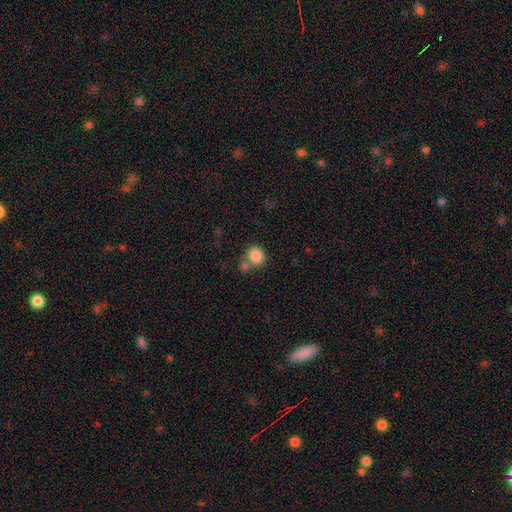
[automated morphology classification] smooth_or_featured: smooth (p=0.85) [alt: star or artifact p=0.10]
how_rounded: round (p=0.82) [alt: in between p=0.17]
merging: none (p=0.56) [alt: merger p=0.29]